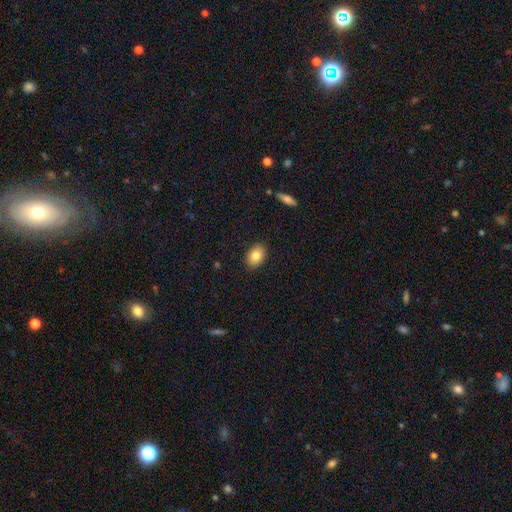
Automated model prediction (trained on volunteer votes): Morphology: type=smooth (83%); roundness=in between (85%); merging=none (88%).